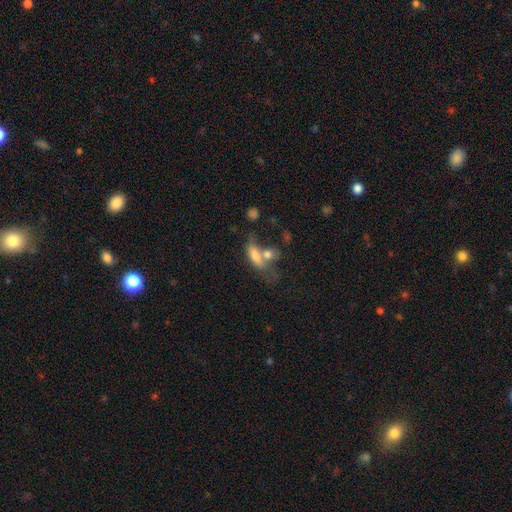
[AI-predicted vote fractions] Smooth or featured? smooth (63%)
How rounded? in between (64%)
Merging? merger (42%)